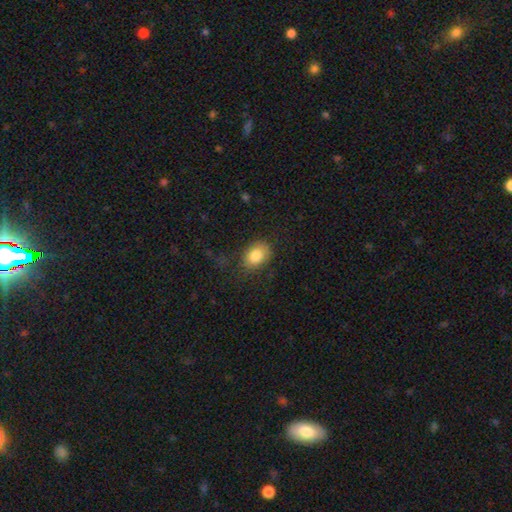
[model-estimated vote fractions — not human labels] Smooth or featured? Predicted: smooth (p=0.83). How rounded? Predicted: in between (p=0.78). Merging? Predicted: none (p=0.69).